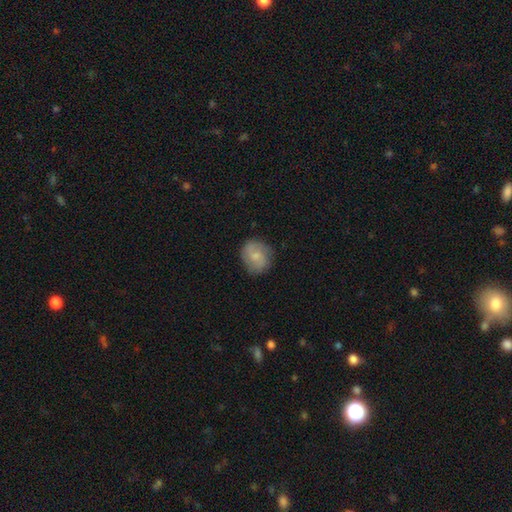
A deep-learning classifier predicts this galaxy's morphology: A smooth galaxy with no disk features (62%) that is round (74%).

Vote fractions:
- Smooth or featured? smooth: 62% / featured or disk: 31% / star or artifact: 7%
- How rounded? round: 74% / in between: 25% / cigar-shaped: 1%
- Merging? none: 77% / minor disturbance: 17% / major disturbance: 5% / merger: 1%